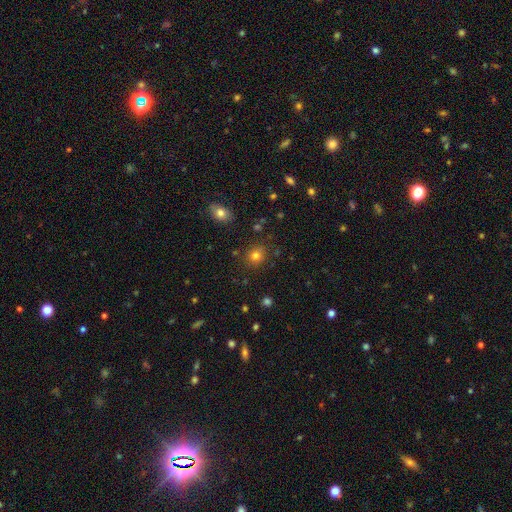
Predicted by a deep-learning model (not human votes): Q: Smooth or featured?
A: smooth (78%); runner-up: star or artifact (15%)
Q: How rounded?
A: round (79%); runner-up: in between (21%)
Q: Merging?
A: none (85%); runner-up: minor disturbance (9%)